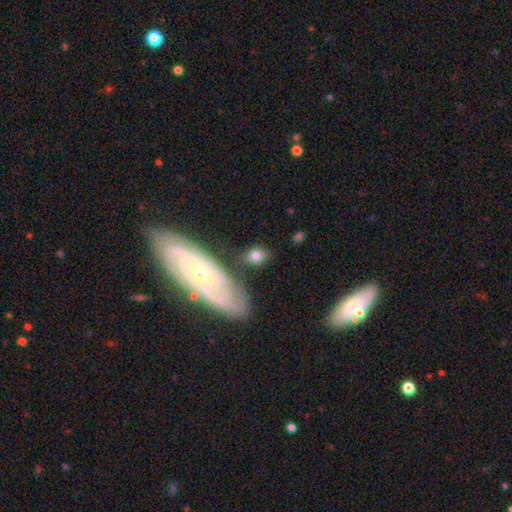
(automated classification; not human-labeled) Q: Smooth or featured?
A: smooth (73%); runner-up: featured or disk (19%)
Q: How rounded?
A: in between (59%); runner-up: round (37%)
Q: Merging?
A: none (67%); runner-up: minor disturbance (16%)